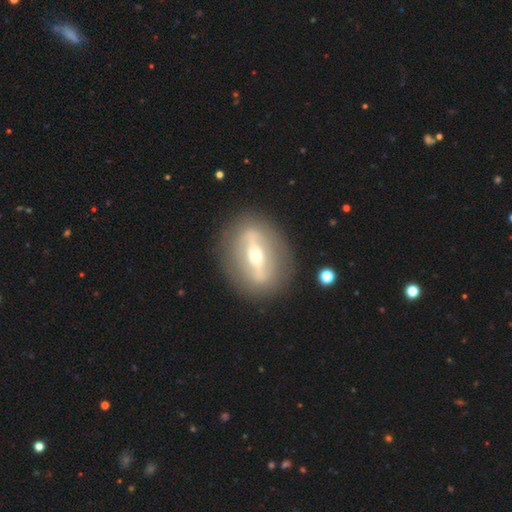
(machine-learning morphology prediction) Q: Smooth or featured?
A: featured or disk (75%); runner-up: smooth (18%)
Q: Edge-on disk?
A: no (63%); runner-up: yes (37%)
Q: Merging?
A: none (85%); runner-up: minor disturbance (9%)